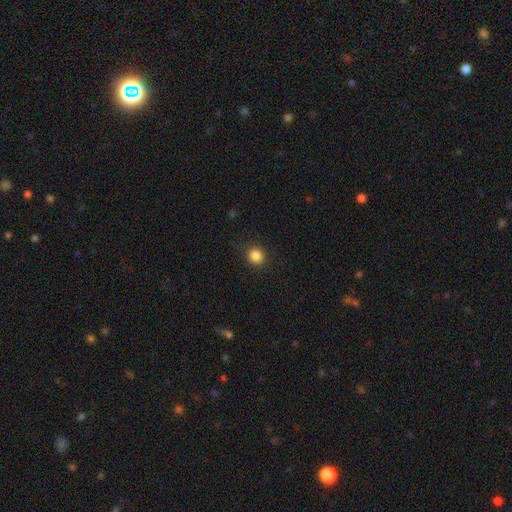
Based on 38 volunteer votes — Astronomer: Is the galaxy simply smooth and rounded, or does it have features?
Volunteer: smooth — 87%.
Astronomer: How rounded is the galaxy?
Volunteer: round — 97%.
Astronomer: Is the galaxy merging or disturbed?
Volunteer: none — 92%.